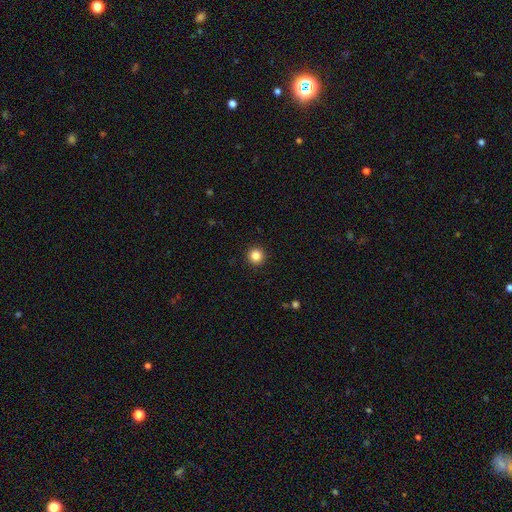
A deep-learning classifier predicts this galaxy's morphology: Smooth or featured? smooth (85%)
How rounded? round (96%)
Merging? none (94%)